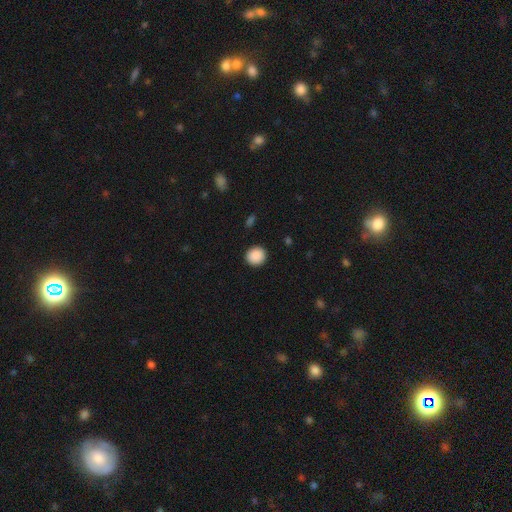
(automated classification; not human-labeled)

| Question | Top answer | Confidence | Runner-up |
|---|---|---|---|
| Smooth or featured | smooth | 89% | star or artifact (8%) |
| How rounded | round | 91% | in between (9%) |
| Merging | none | 92% | minor disturbance (5%) |